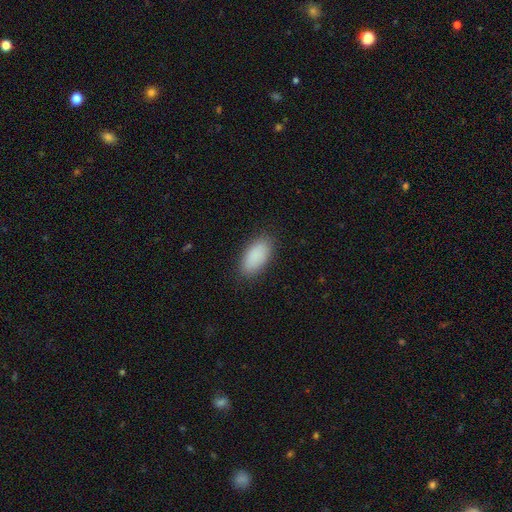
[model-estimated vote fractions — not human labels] A smooth galaxy with no disk features (90%) that is in between round and cigar-shaped (92%). Merging: none (87%).